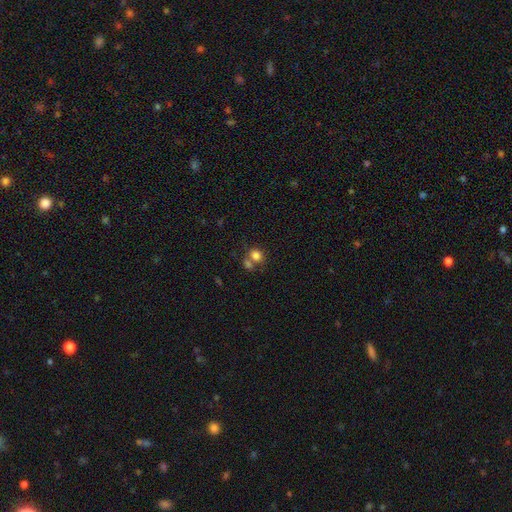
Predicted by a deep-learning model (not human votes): smooth-or-featured: smooth: 80% | star or artifact: 12% | featured or disk: 8%
  how-rounded: round: 66% | in between: 33% | cigar-shaped: 1%
  merging: none: 48% | merger: 37% | minor disturbance: 10% | major disturbance: 5%